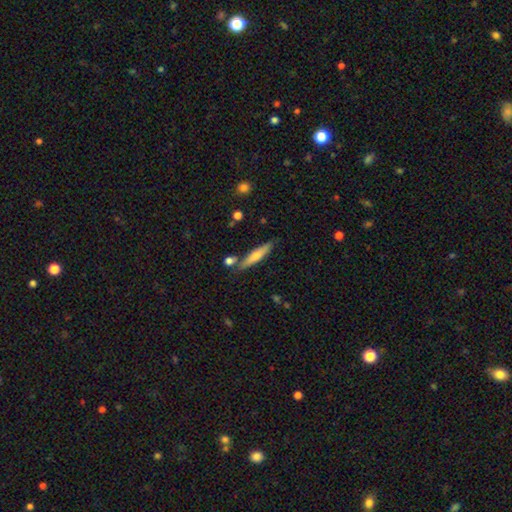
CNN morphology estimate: Q: Smooth or featured?
A: smooth (54%); runner-up: featured or disk (39%)
Q: How rounded?
A: cigar-shaped (89%); runner-up: in between (9%)
Q: Merging?
A: none (80%); runner-up: minor disturbance (11%)